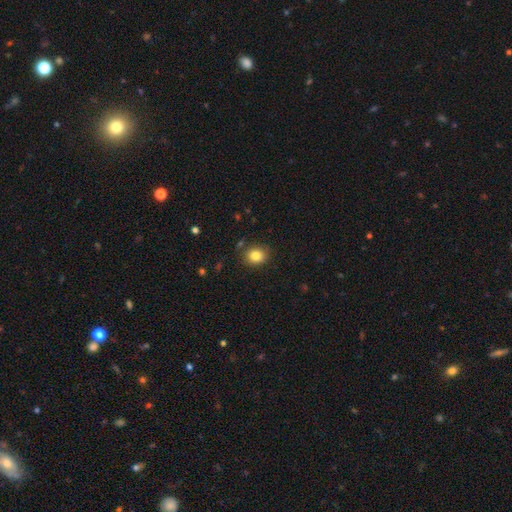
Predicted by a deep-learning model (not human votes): Overall: smooth (83%). How rounded: round (65%; in between 34%). Merging: none (83%).